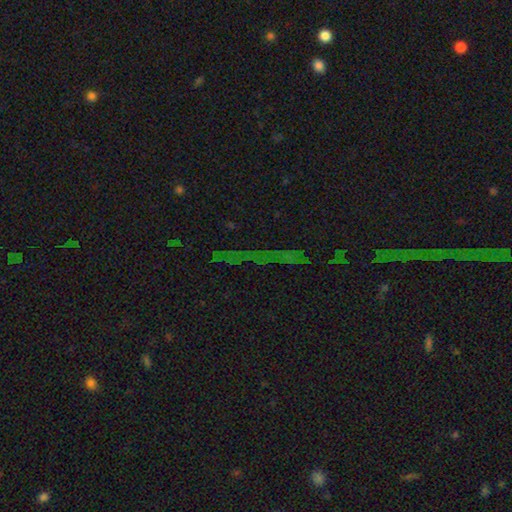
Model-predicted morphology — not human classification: A star or artifact, not a galaxy (79%).

Vote fractions:
- Smooth or featured? star or artifact: 79% / smooth: 11% / featured or disk: 10%